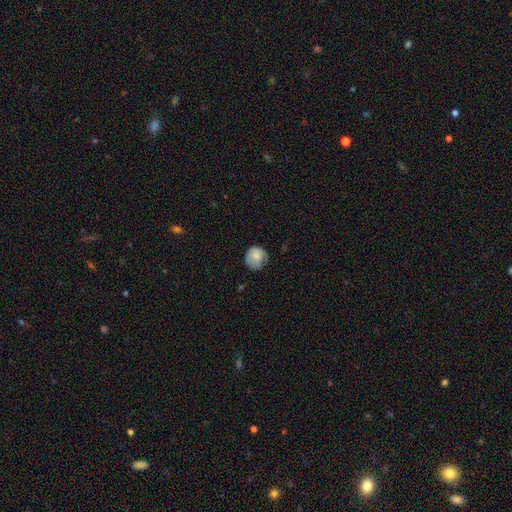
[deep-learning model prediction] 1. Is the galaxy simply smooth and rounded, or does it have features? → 78% smooth, 15% featured or disk, 8% star or artifact.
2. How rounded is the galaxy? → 85% round, 15% in between, 1% cigar-shaped.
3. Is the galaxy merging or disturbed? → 61% none, 29% minor disturbance, 9% major disturbance, 1% merger.